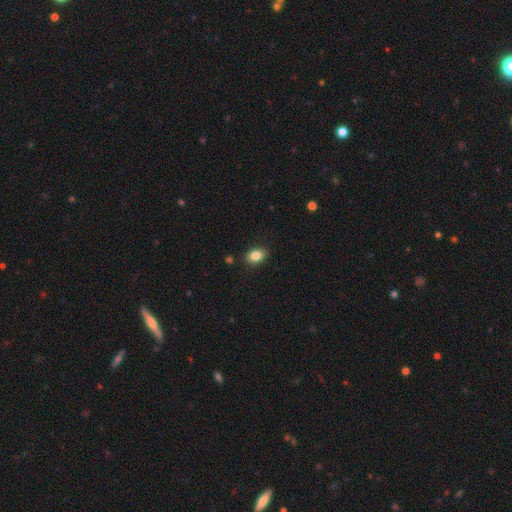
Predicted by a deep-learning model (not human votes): Smooth or featured: smooth — 85% (star or artifact — 9%)
How rounded: in between — 77% (round — 22%)
Merging: none — 88% (minor disturbance — 9%)